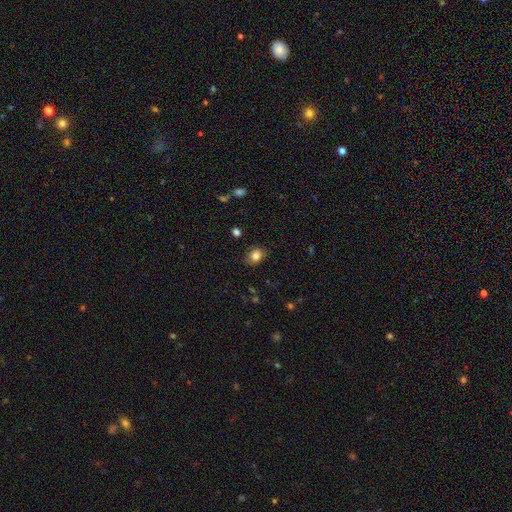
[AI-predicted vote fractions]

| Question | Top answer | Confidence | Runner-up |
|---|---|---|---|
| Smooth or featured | smooth | 83% | star or artifact (11%) |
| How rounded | round | 53% | in between (46%) |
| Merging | none | 79% | minor disturbance (16%) |